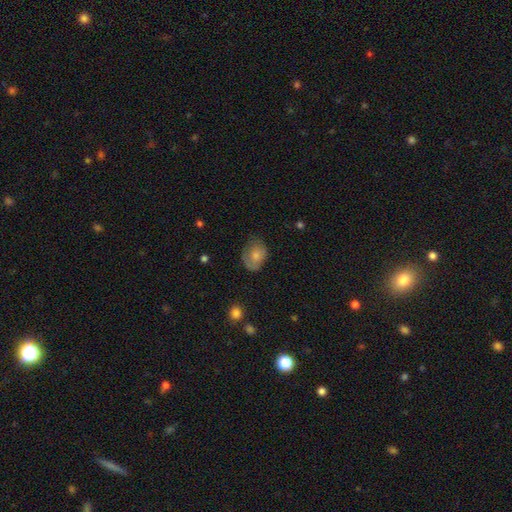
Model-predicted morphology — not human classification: This is likely a smooth galaxy (69%). How rounded: possibly in between (59%). Merging: possibly none (54%).